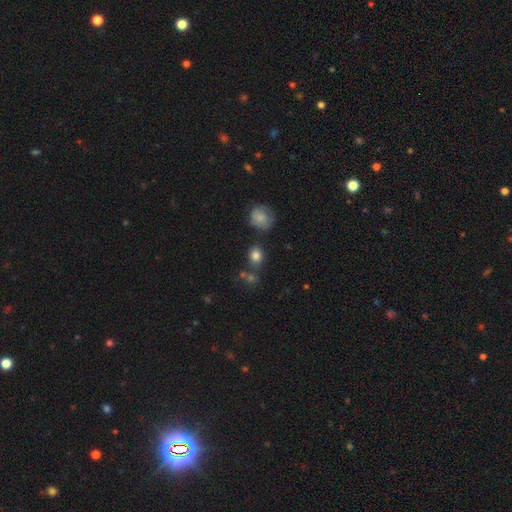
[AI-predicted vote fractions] smooth-or-featured: smooth: 82% | star or artifact: 11% | featured or disk: 7%
  how-rounded: round: 62% | in between: 37% | cigar-shaped: 1%
  merging: none: 70% | minor disturbance: 13% | merger: 12% | major disturbance: 4%